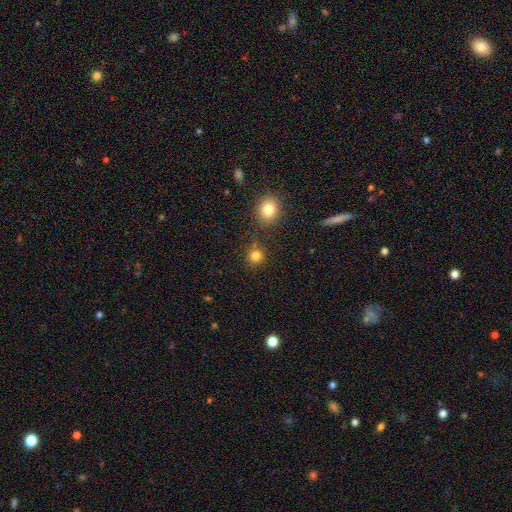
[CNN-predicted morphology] The model was most divided on "smooth or featured": smooth: 82%, star or artifact: 14%, featured or disk: 5%. More confident: how rounded — round (92%); merging — none (80%).